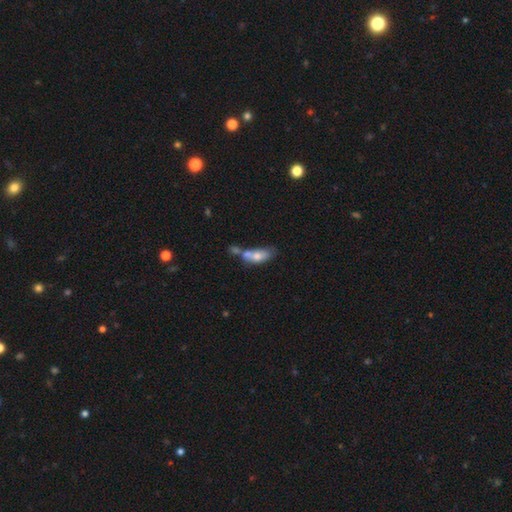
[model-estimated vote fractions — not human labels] Smooth or featured: smooth — 63% (featured or disk — 29%)
How rounded: in between — 73% (cigar-shaped — 22%)
Merging: merger — 53% (none — 21%)